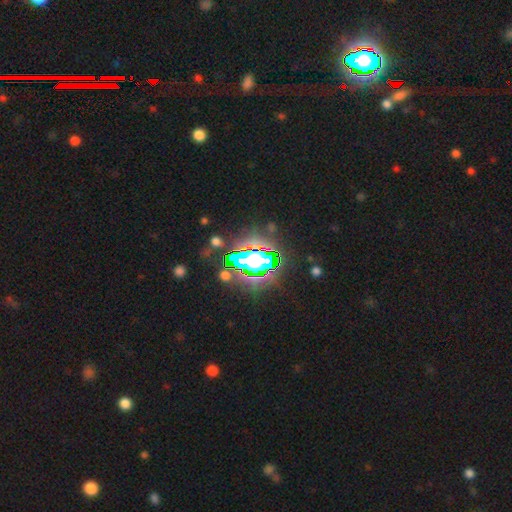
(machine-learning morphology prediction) type=star or artifact (79%).